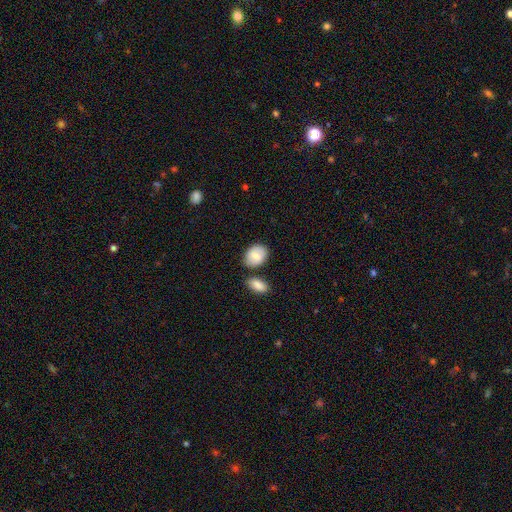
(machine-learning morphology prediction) Overall: smooth (80%). How rounded: in between (71%). Merging: none (66%).